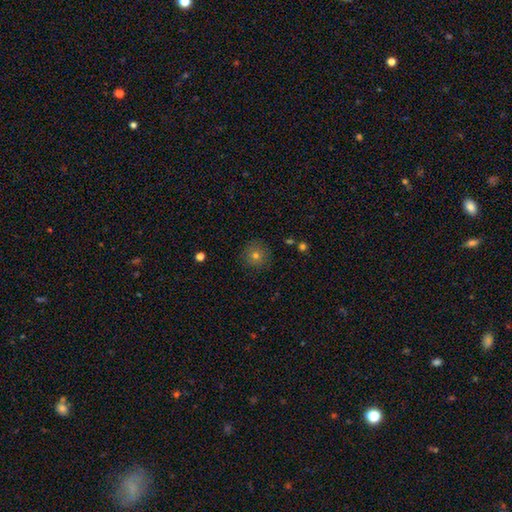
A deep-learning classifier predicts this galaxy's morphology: Smooth or featured: smooth — 70% (star or artifact — 18%)
How rounded: round — 95% (in between — 4%)
Merging: none — 88% (minor disturbance — 8%)